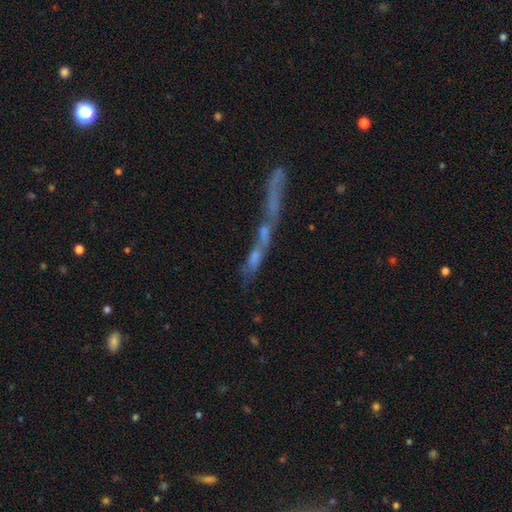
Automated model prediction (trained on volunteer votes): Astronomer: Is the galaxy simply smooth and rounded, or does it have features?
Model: featured or disk — 47% (runner-up: smooth, 35%).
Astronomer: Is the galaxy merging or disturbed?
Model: merger — 63%.